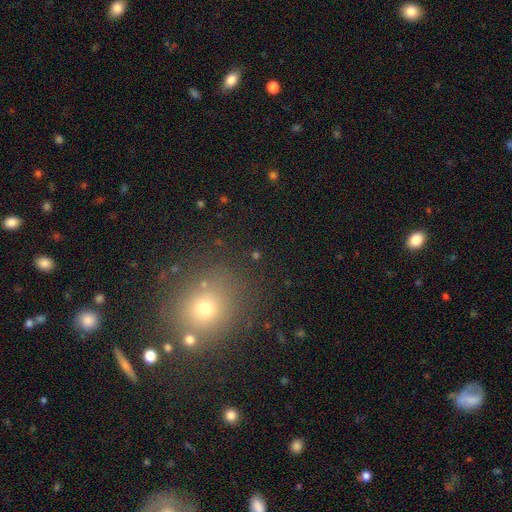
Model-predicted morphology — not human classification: This appears to be a smooth galaxy with no disk features (60%) that is round (70%). Merging: none (81%).